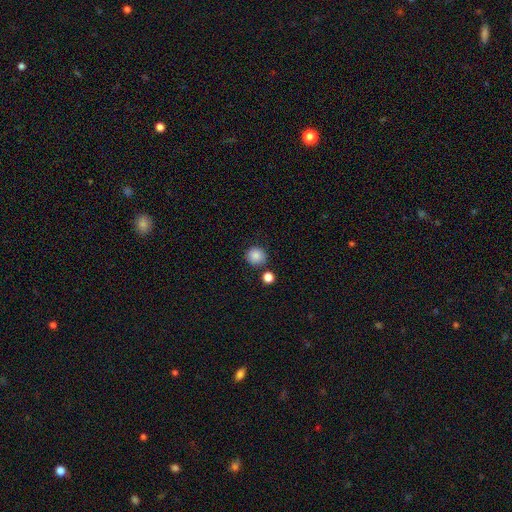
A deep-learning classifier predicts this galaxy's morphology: Smooth or featured?
  - smooth: 86% *
  - star or artifact: 10%
  - featured or disk: 4%
How rounded?
  - round: 91% *
  - in between: 8%
  - cigar-shaped: 1%
Merging?
  - none: 81% *
  - minor disturbance: 10%
  - merger: 7%
  - major disturbance: 3%